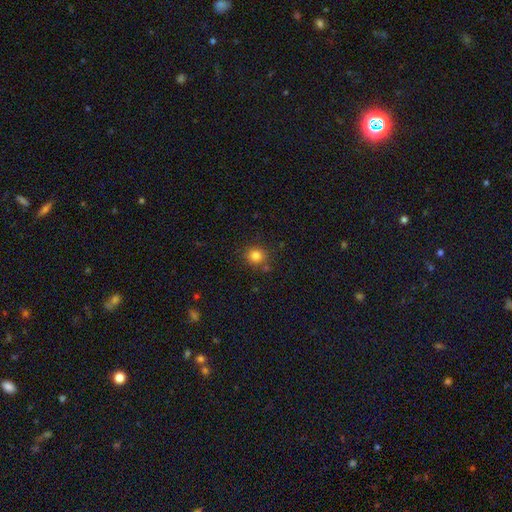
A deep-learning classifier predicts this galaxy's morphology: A smooth galaxy with no disk features (82%) that is round (87%).

Vote fractions:
- Smooth or featured? smooth: 82% / star or artifact: 12% / featured or disk: 5%
- How rounded? round: 87% / in between: 12% / cigar-shaped: 1%
- Merging? none: 82% / minor disturbance: 10% / merger: 5% / major disturbance: 3%